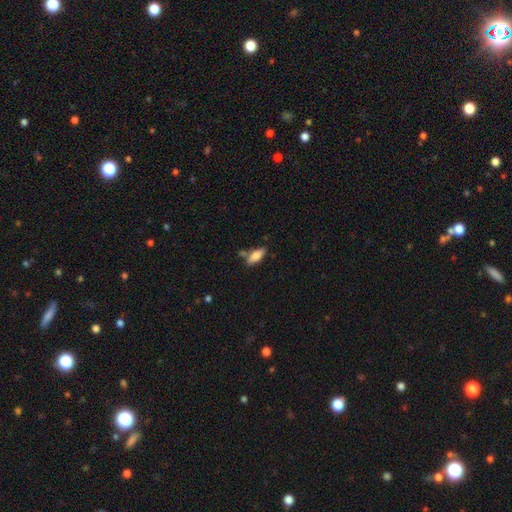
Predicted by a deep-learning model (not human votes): Smooth or featured?
  - smooth: 77% *
  - featured or disk: 16%
  - star or artifact: 7%
How rounded?
  - in between: 73% *
  - cigar-shaped: 25%
  - round: 2%
Merging?
  - none: 68% *
  - minor disturbance: 17%
  - merger: 11%
  - major disturbance: 4%